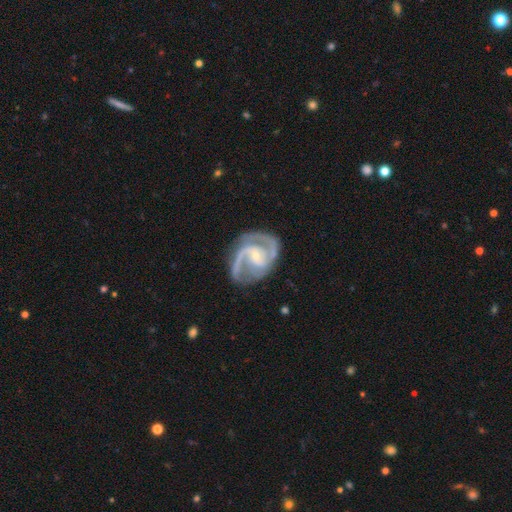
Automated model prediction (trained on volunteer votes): This appears to be a featured or disk galaxy (93%) with a weak bar (41%), 2 (87%) medium (61%) spiral arms (98%) and a small central bulge (73%). Merging: none (73%).